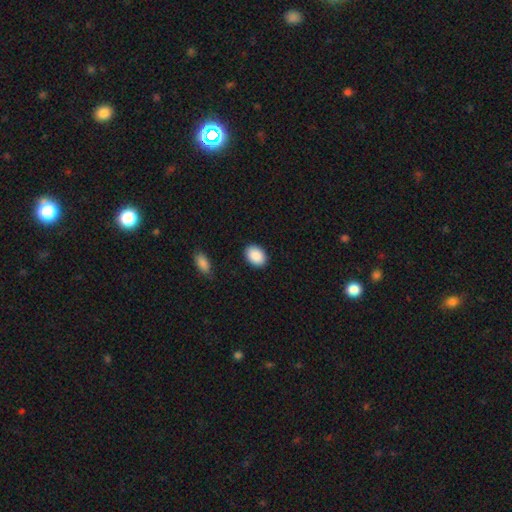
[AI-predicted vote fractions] Smooth or featured? smooth (90%)
How rounded? in between (80%)
Merging? none (89%)